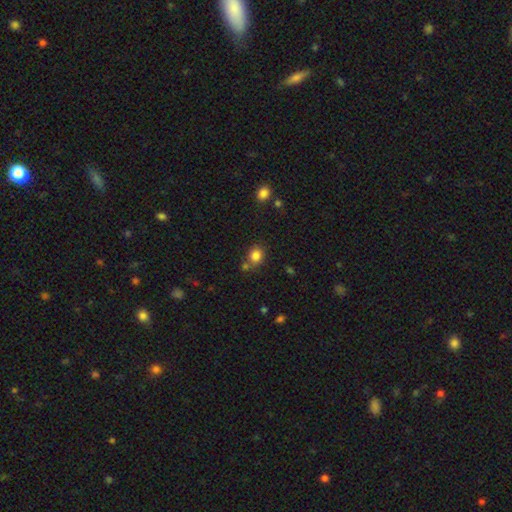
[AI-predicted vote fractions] The model was most divided on "how rounded": round: 70%, in between: 29%, cigar-shaped: 1%. More confident: smooth or featured — smooth (82%); merging — none (68%).